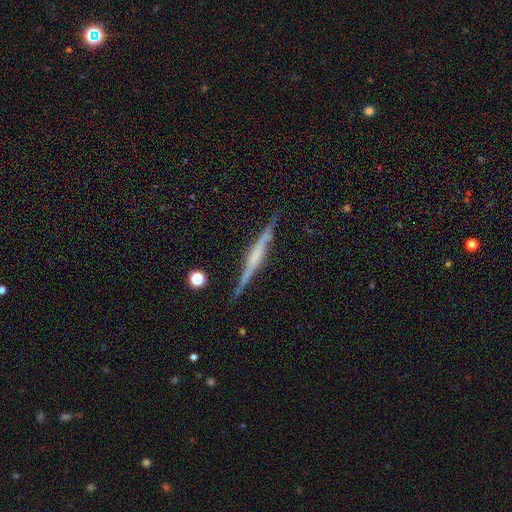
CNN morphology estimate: featured or disk 77%, smooth 16%, star or artifact 6%. Down the decision tree: edge-on disk — yes (98%); edge-on bulge — rounded (41%); merging — none (86%).